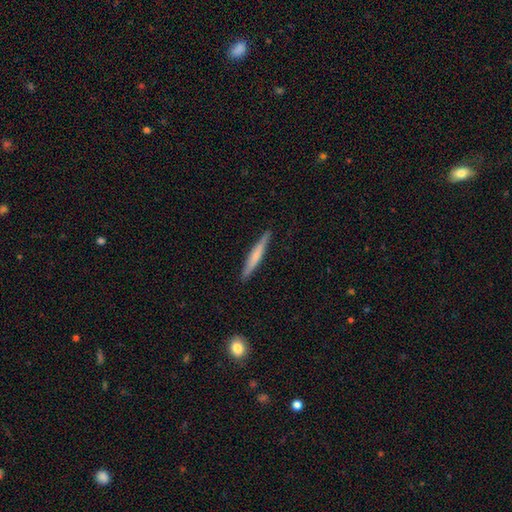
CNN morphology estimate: smooth 53%, featured or disk 41%, star or artifact 6%. Down the decision tree: how rounded — cigar-shaped (96%); merging — none (90%).